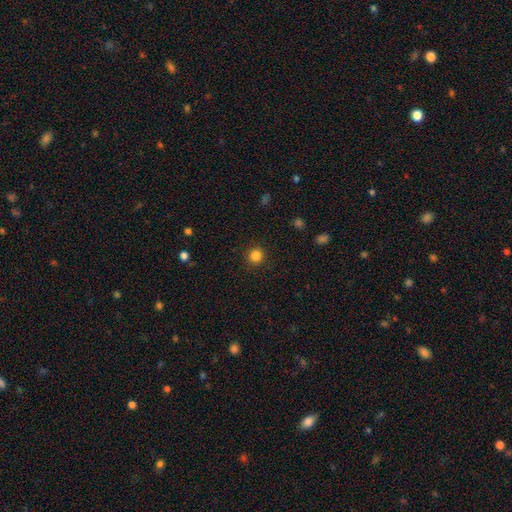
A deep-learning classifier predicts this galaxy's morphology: smooth_or_featured: smooth (p=0.84) [alt: star or artifact p=0.12]
how_rounded: round (p=0.93) [alt: in between p=0.06]
merging: none (p=0.91) [alt: minor disturbance p=0.06]